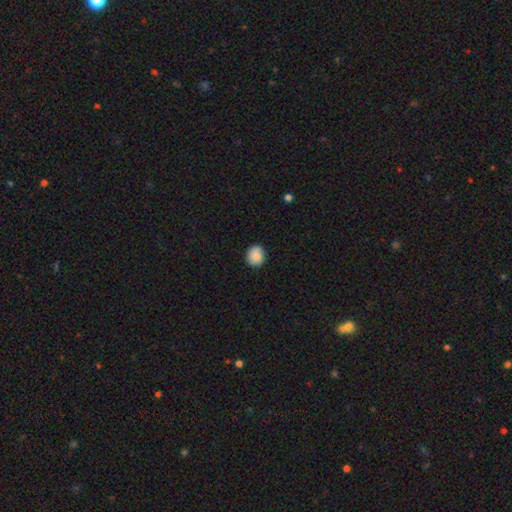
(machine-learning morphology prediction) This appears to be a smooth galaxy with no disk features (86%) that is round (85%). Merging: none (85%).